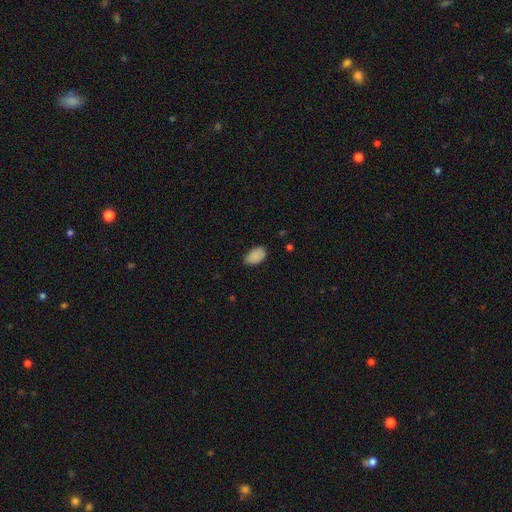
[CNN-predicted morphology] smooth-or-featured: smooth: 87% | star or artifact: 8% | featured or disk: 6%
  how-rounded: in between: 92% | round: 7% | cigar-shaped: 1%
  merging: none: 72% | minor disturbance: 24% | major disturbance: 4% | merger: 1%